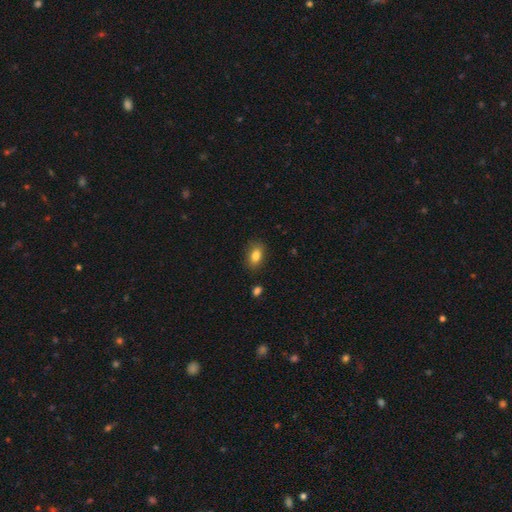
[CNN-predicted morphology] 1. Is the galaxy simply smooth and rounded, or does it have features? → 83% smooth, 9% star or artifact, 8% featured or disk.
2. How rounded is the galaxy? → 85% in between, 12% round, 3% cigar-shaped.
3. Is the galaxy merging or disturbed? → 84% none, 11% minor disturbance, 3% major disturbance, 2% merger.